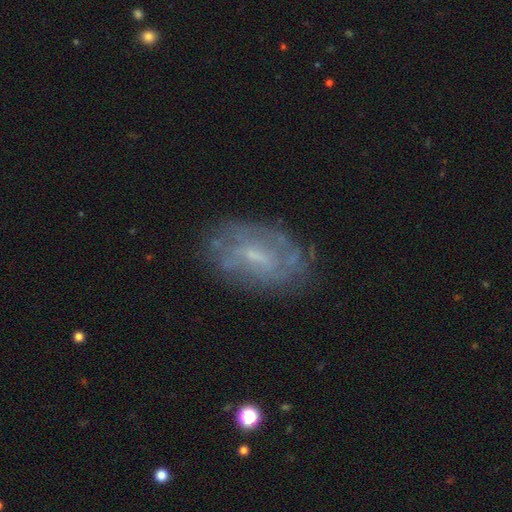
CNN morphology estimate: Overall: featured or disk (66%). Edge-on disk: no (95%). Bar: weak (52%; no 36%). Spiral arms: yes (66%; no 34%). Bulge size: small (60%; moderate 24%). Merging: none (72%).